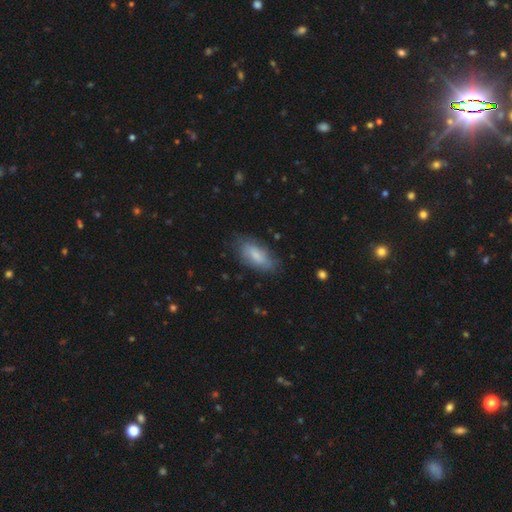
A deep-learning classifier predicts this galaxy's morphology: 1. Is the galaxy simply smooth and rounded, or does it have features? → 71% smooth, 22% featured or disk, 7% star or artifact.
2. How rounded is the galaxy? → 84% in between, 14% cigar-shaped, 2% round.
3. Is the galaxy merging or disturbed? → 74% none, 20% minor disturbance, 5% major disturbance, 1% merger.